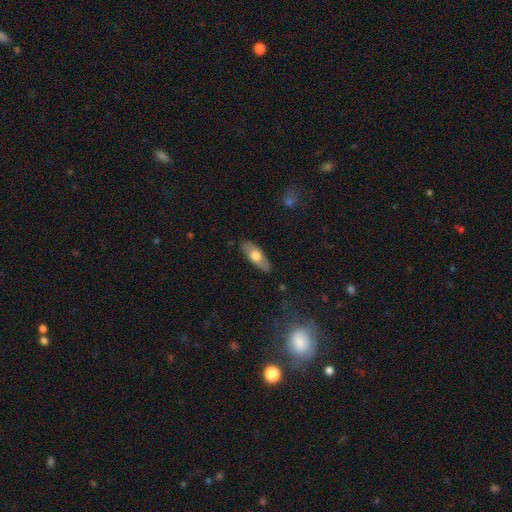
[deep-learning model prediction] This is likely a smooth galaxy (61%). How rounded: likely in between (77%). Merging: clearly none (86%).